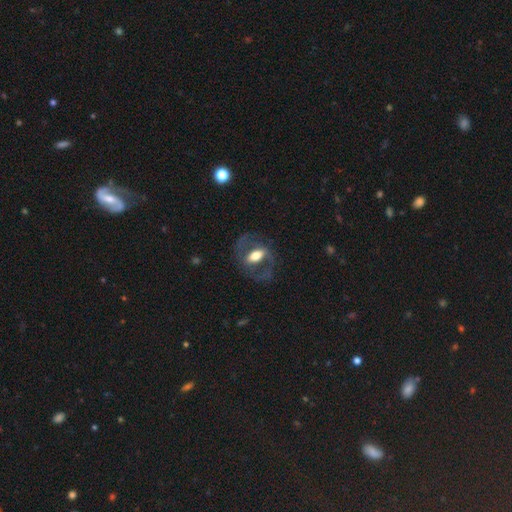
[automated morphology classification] type=featured or disk (65%); edge-on=no (88%); bar=strong (42%); spiral arms=yes (62%); bulge=moderate (49%); merging=none (68%).